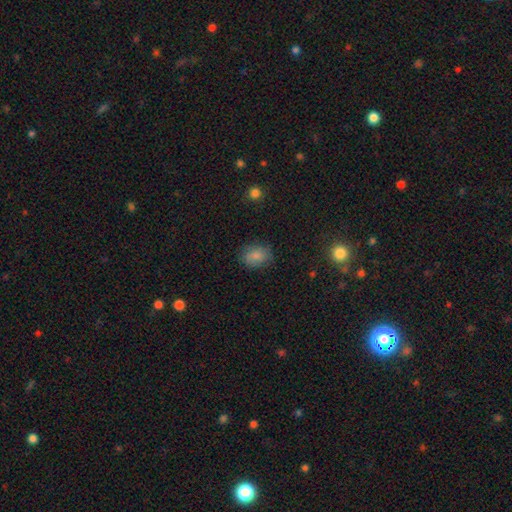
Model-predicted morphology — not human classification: smooth-or-featured: smooth: 83% | star or artifact: 10% | featured or disk: 7%
  how-rounded: in between: 65% | round: 34% | cigar-shaped: 1%
  merging: none: 79% | minor disturbance: 16% | major disturbance: 4% | merger: 1%